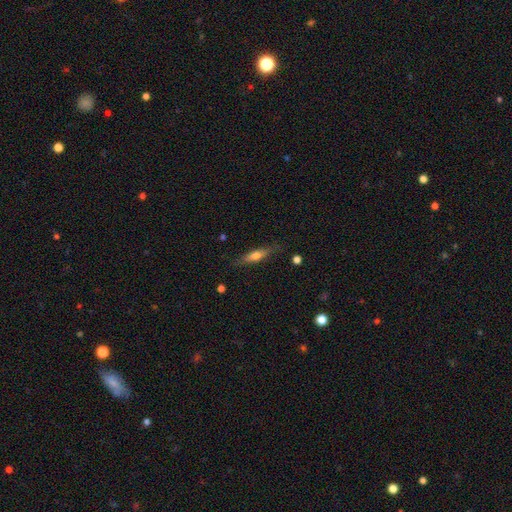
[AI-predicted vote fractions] This appears to be a smooth galaxy with no disk features (48%). Merging: none (82%).